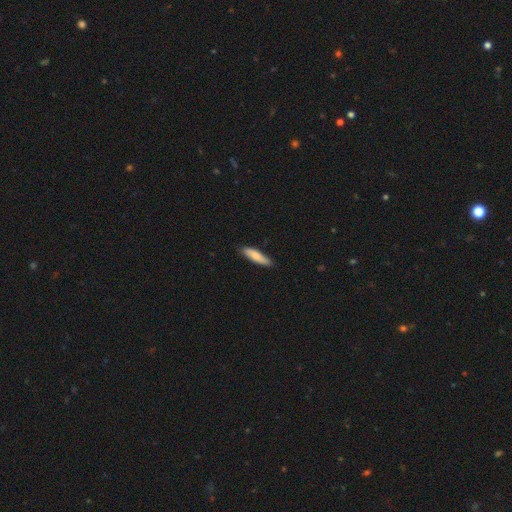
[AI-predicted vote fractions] A smooth galaxy with no disk features (79%) that is cigar-shaped (74%).

Vote fractions:
- Smooth or featured? smooth: 79% / featured or disk: 16% / star or artifact: 6%
- How rounded? cigar-shaped: 74% / in between: 25% / round: 2%
- Merging? none: 84% / minor disturbance: 13% / major disturbance: 2% / merger: 1%